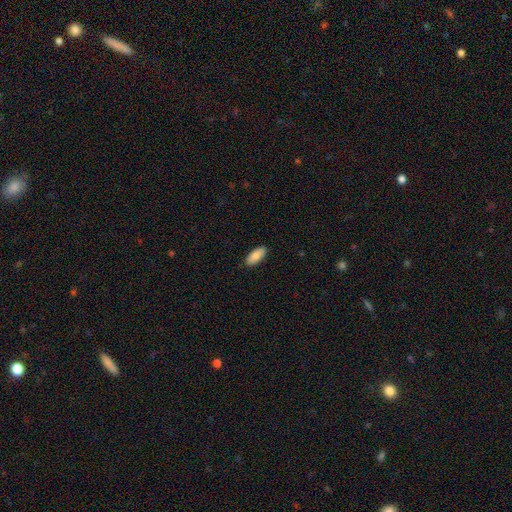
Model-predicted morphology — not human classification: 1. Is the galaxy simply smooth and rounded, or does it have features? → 87% smooth, 8% featured or disk, 6% star or artifact.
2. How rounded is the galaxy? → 84% in between, 14% cigar-shaped, 2% round.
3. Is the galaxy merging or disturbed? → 89% none, 8% minor disturbance, 2% major disturbance, 1% merger.